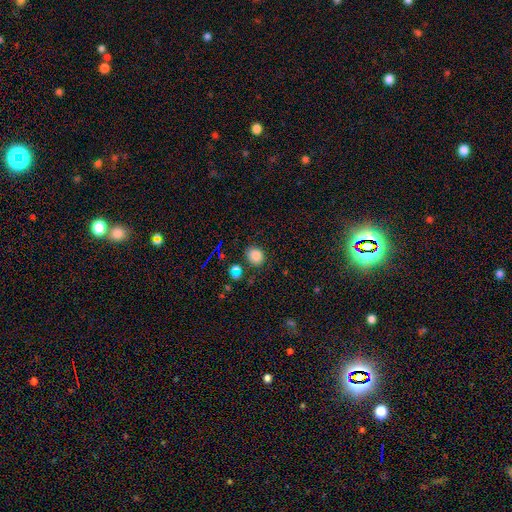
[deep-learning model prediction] smooth-or-featured: smooth: 83% | star or artifact: 12% | featured or disk: 5%
  how-rounded: round: 60% | in between: 39% | cigar-shaped: 1%
  merging: none: 77% | minor disturbance: 13% | merger: 6% | major disturbance: 4%